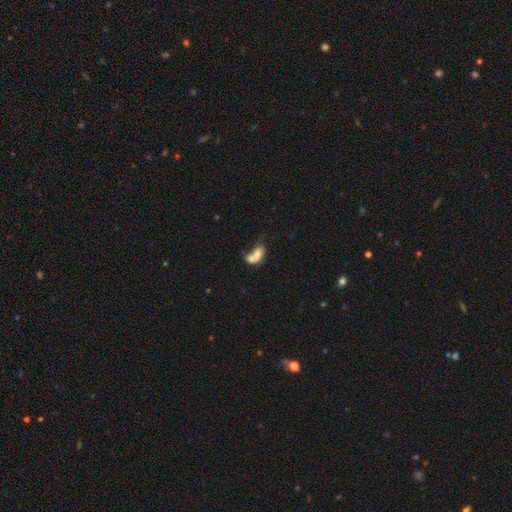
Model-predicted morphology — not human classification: type=smooth (67%); roundness=in between (77%); merging=merger (71%).